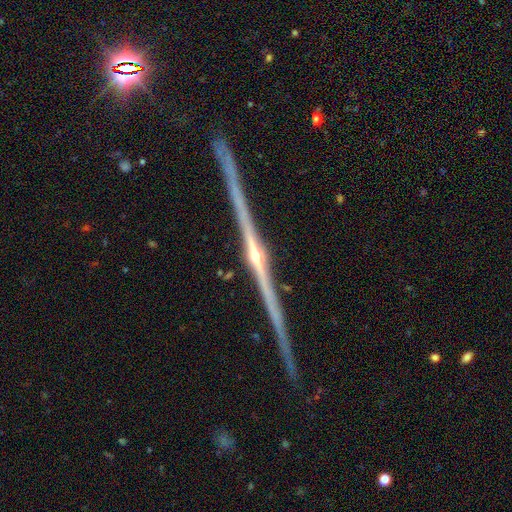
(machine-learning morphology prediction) Overall: featured or disk (91%). Edge-on disk: yes (99%). Edge-on bulge: rounded (86%). Merging: none (90%).